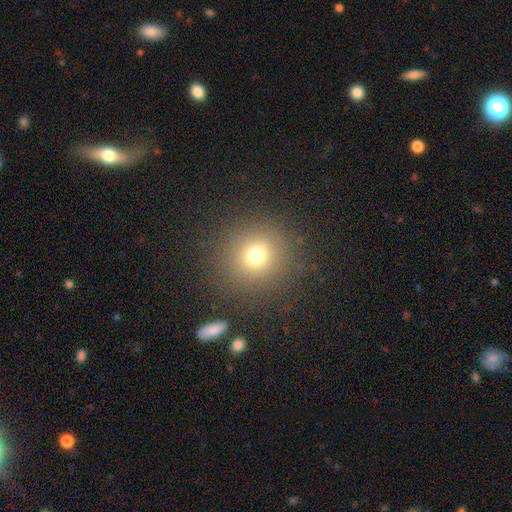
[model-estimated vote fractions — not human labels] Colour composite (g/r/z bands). It shows a smooth galaxy with no disk features (73%) that is round (91%). Merging: none (86%).